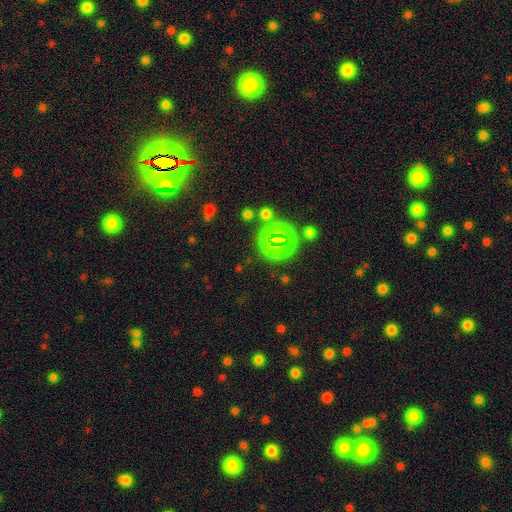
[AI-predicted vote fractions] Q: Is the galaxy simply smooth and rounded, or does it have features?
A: star or artifact — 67%.